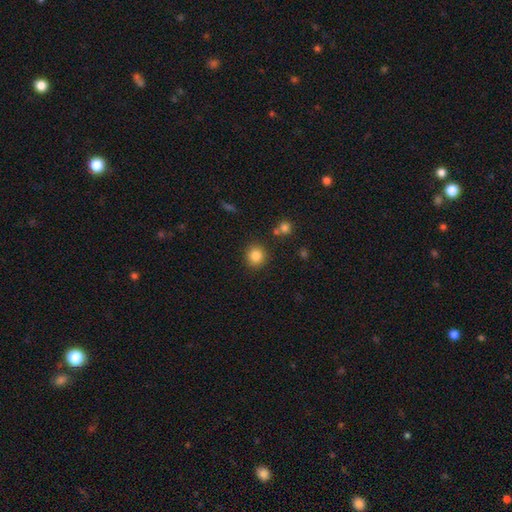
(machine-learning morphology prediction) smooth_or_featured: smooth (p=0.85) [alt: star or artifact p=0.10]
how_rounded: round (p=0.87) [alt: in between p=0.12]
merging: none (p=0.87) [alt: minor disturbance p=0.07]